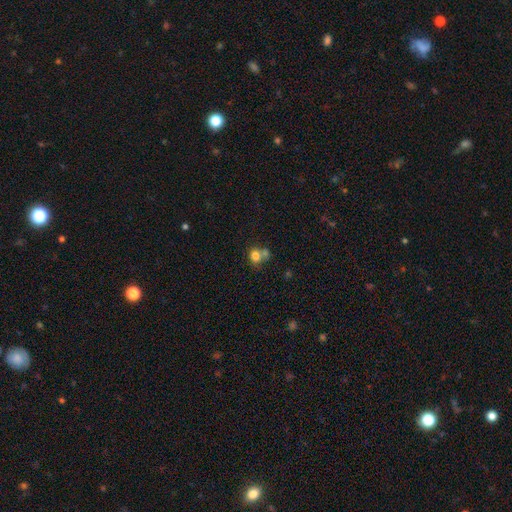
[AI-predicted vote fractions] Morphology: type=smooth (78%); roundness=round (61%); merging=merger (42%).